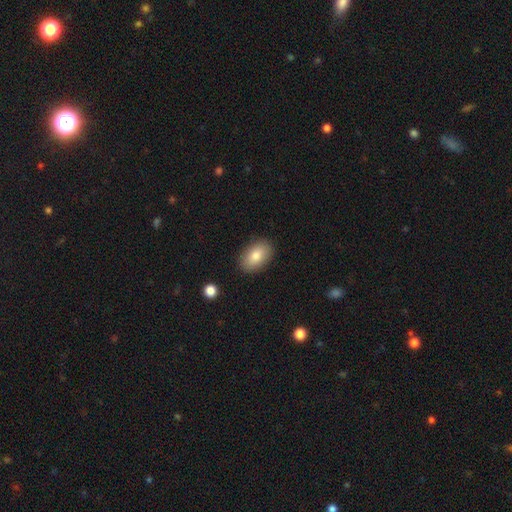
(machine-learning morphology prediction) smooth 81%, featured or disk 12%, star or artifact 7%. Down the decision tree: how rounded — in between (90%); merging — none (87%).